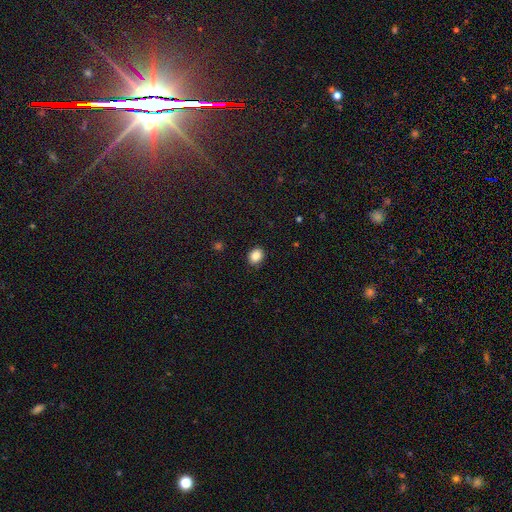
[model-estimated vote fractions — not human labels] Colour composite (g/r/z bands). It shows a smooth galaxy with no disk features (86%) that is in between round and cigar-shaped (51%). Merging: none (88%).